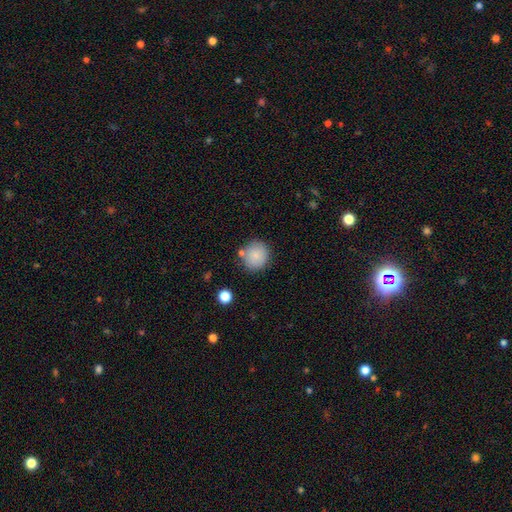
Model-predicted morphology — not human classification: Q: Smooth or featured?
A: smooth (86%); runner-up: star or artifact (8%)
Q: How rounded?
A: round (89%); runner-up: in between (11%)
Q: Merging?
A: none (79%); runner-up: minor disturbance (11%)